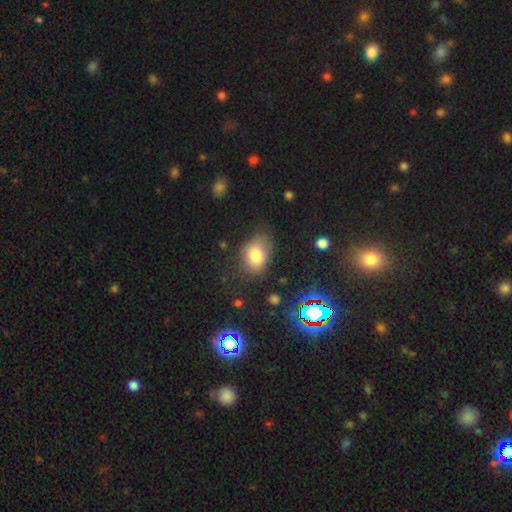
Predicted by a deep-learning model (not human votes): The model was most divided on "merging": none: 64%, minor disturbance: 24%, major disturbance: 9%, merger: 3%. More confident: smooth or featured — smooth (79%); how rounded — in between (74%).